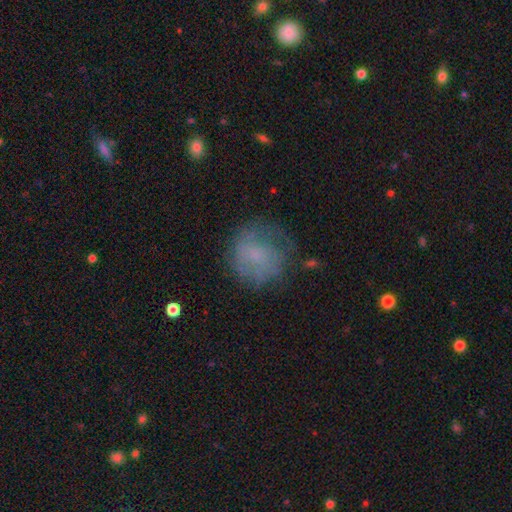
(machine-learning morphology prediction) smooth-or-featured: smooth: 54% | featured or disk: 35% | star or artifact: 11%
  how-rounded: round: 85% | in between: 14% | cigar-shaped: 1%
  merging: none: 61% | minor disturbance: 22% | major disturbance: 15% | merger: 2%